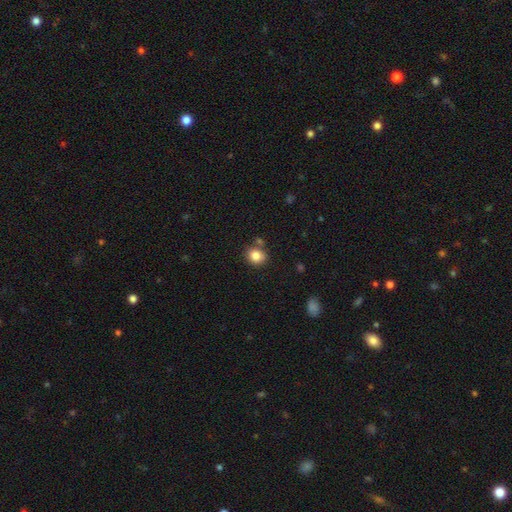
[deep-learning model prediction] Smooth or featured? Predicted: smooth (p=0.84). How rounded? Predicted: round (p=0.77). Merging? Predicted: none (p=0.76).